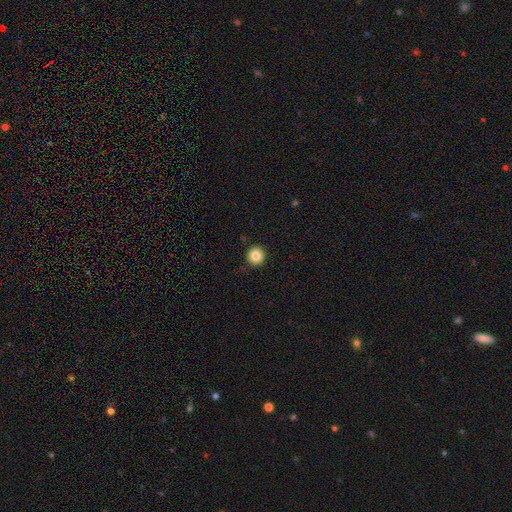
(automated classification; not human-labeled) smooth_or_featured: smooth (p=0.84) [alt: star or artifact p=0.10]
how_rounded: round (p=0.93) [alt: in between p=0.06]
merging: none (p=0.92) [alt: minor disturbance p=0.06]